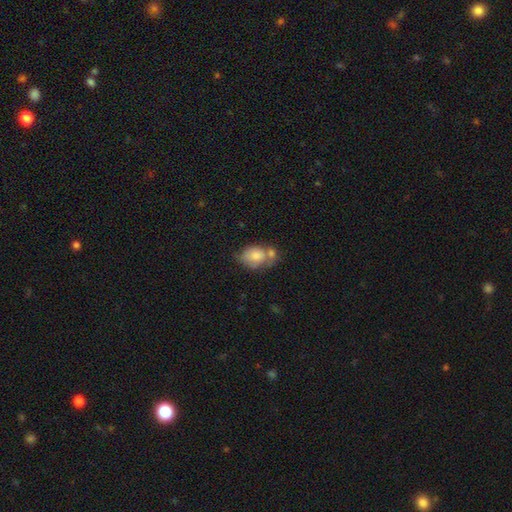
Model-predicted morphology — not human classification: Q: Smooth or featured?
A: smooth (76%); runner-up: featured or disk (16%)
Q: How rounded?
A: in between (67%); runner-up: round (32%)
Q: Merging?
A: merger (42%); runner-up: none (29%)